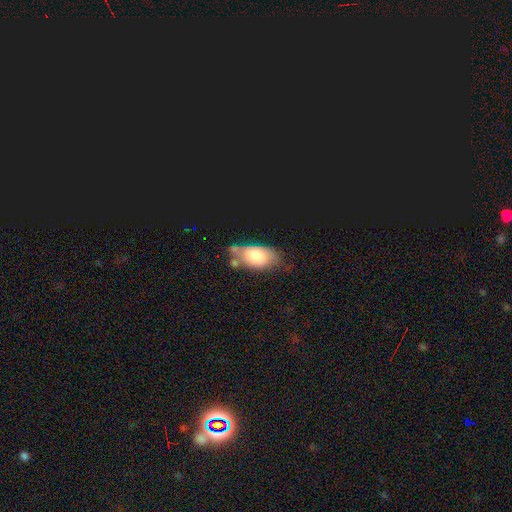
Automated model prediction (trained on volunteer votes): smooth 72%, featured or disk 19%, star or artifact 9%. Down the decision tree: how rounded — in between (91%); merging — none (43%).